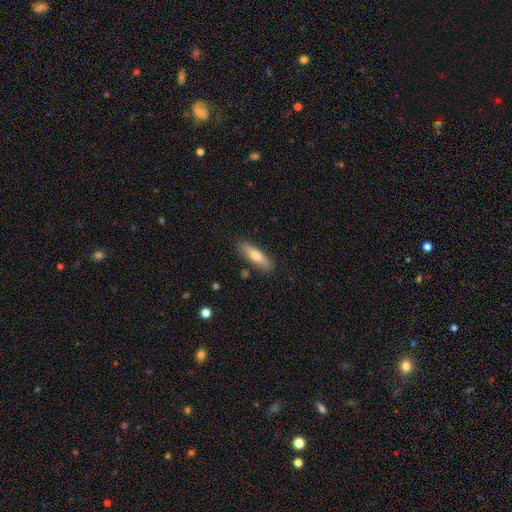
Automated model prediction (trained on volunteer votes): This is likely a smooth galaxy (69%). How rounded: possibly cigar-shaped (58%). Merging: clearly none (85%).